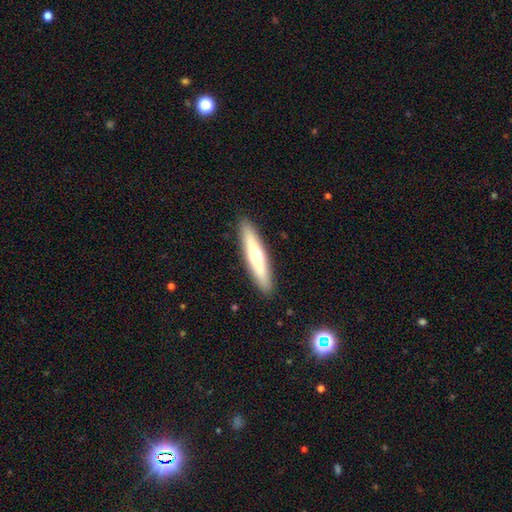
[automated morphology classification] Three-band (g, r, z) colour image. It shows a featured or disk galaxy (48%). Merging: none (90%).